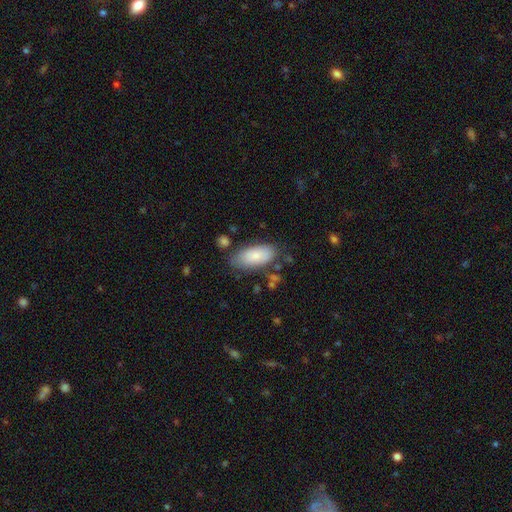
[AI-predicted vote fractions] A smooth galaxy with no disk features (81%) that is in between round and cigar-shaped (89%).

Vote fractions:
- Smooth or featured? smooth: 81% / featured or disk: 13% / star or artifact: 6%
- How rounded? in between: 89% / cigar-shaped: 8% / round: 2%
- Merging? none: 71% / minor disturbance: 20% / major disturbance: 5% / merger: 5%